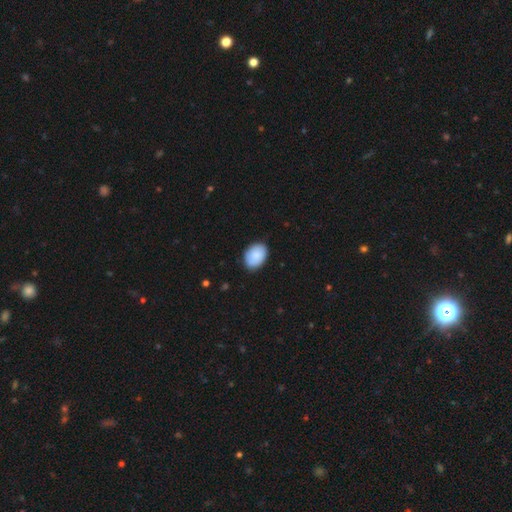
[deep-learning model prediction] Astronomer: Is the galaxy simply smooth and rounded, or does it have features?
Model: smooth — 87%.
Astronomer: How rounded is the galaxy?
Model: in between — 78%.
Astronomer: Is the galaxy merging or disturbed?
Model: none — 85%.